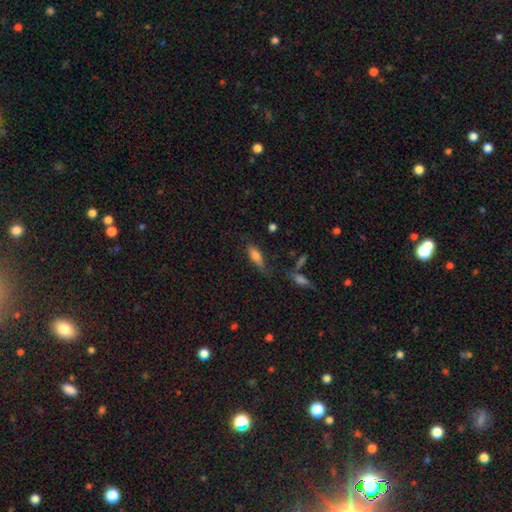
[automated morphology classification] Overall: smooth (75%). How rounded: in between (61%; cigar-shaped 36%). Merging: none (60%; minor disturbance 24%).